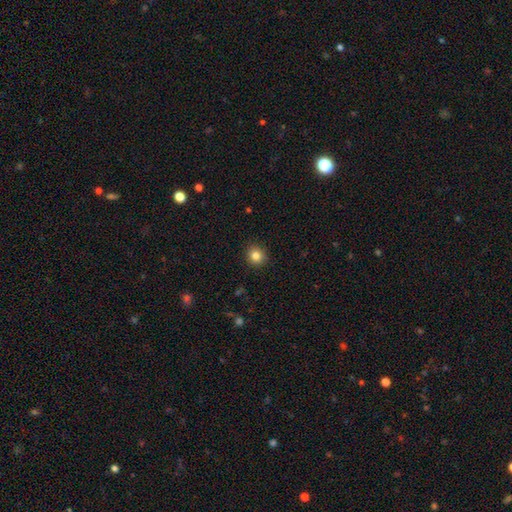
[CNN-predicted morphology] This is clearly a smooth galaxy (83%). How rounded: clearly round (88%). Merging: clearly none (91%).